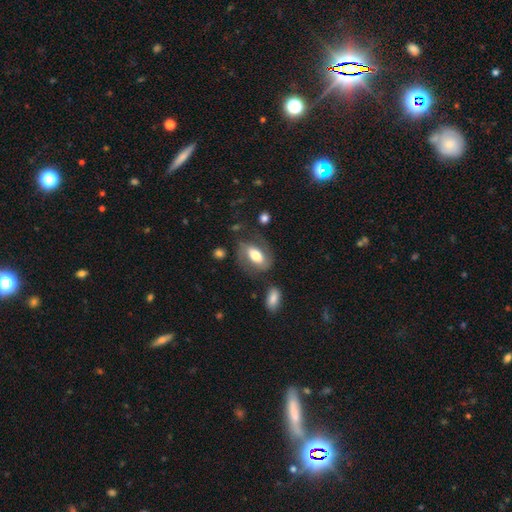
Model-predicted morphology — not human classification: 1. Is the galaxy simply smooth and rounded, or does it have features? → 55% smooth, 38% featured or disk, 7% star or artifact.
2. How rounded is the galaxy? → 89% in between, 7% round, 4% cigar-shaped.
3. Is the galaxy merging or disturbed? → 63% none, 19% minor disturbance, 13% major disturbance, 5% merger.